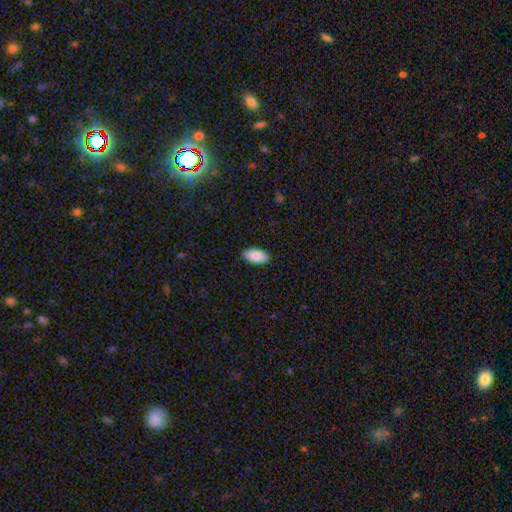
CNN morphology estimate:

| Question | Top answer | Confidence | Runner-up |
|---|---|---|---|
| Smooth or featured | smooth | 86% | featured or disk (8%) |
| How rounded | in between | 95% | cigar-shaped (3%) |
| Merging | none | 88% | minor disturbance (9%) |